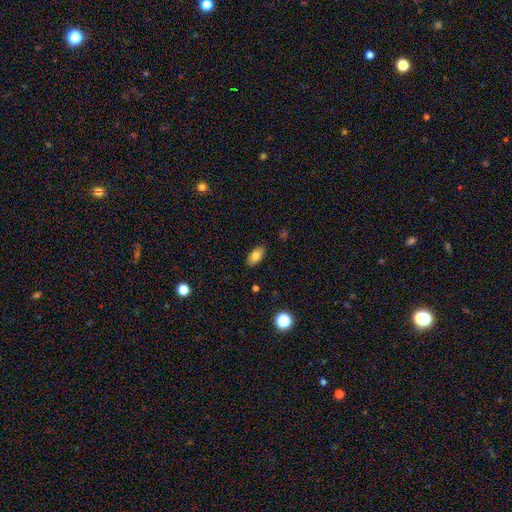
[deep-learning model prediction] smooth_or_featured: smooth (p=0.81) [alt: featured or disk p=0.10]
how_rounded: in between (p=0.91) [alt: round p=0.05]
merging: none (p=0.86) [alt: minor disturbance p=0.10]